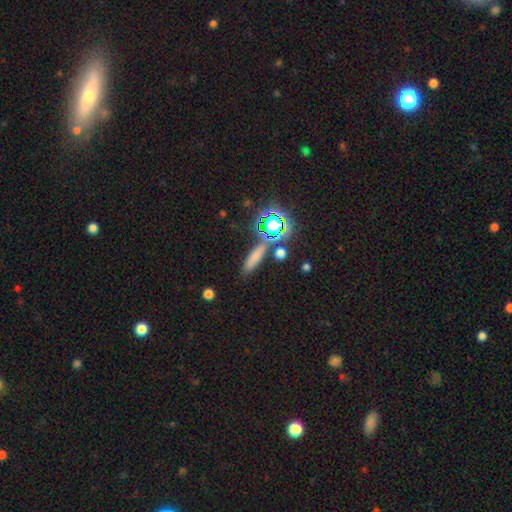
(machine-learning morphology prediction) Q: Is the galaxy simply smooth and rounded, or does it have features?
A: smooth — 66%.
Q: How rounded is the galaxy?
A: cigar-shaped — 69%.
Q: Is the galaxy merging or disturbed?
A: none — 79%.